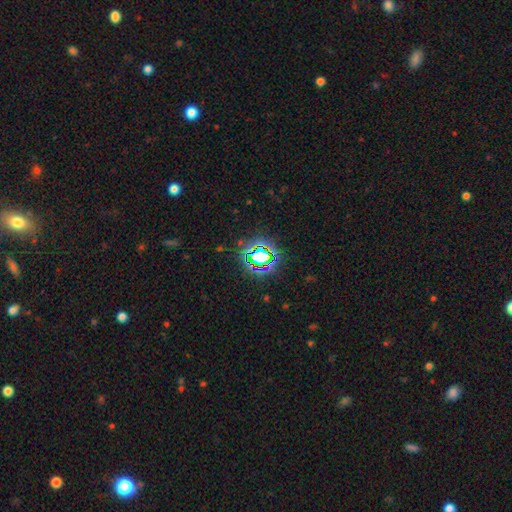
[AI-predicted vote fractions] This appears to be a star or artifact, not a galaxy (66%).